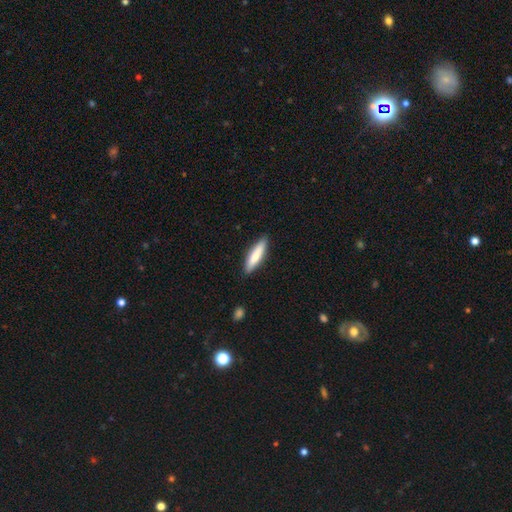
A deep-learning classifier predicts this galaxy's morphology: A smooth galaxy with no disk features (77%) that is cigar-shaped (75%). Merging: none (89%).